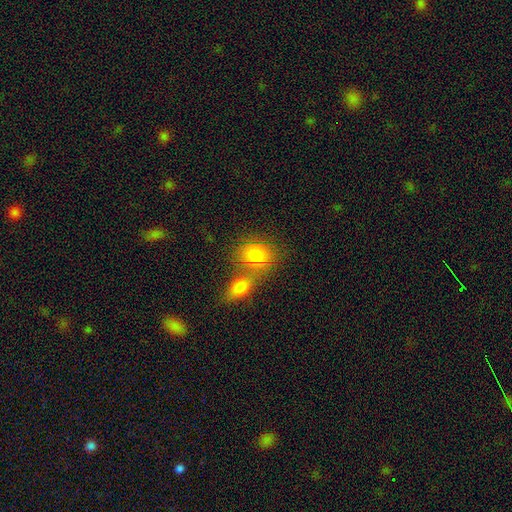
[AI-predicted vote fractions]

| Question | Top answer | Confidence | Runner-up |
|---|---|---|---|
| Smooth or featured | smooth | 81% | star or artifact (10%) |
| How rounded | in between | 50% | round (48%) |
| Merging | none | 45% | merger (41%) |